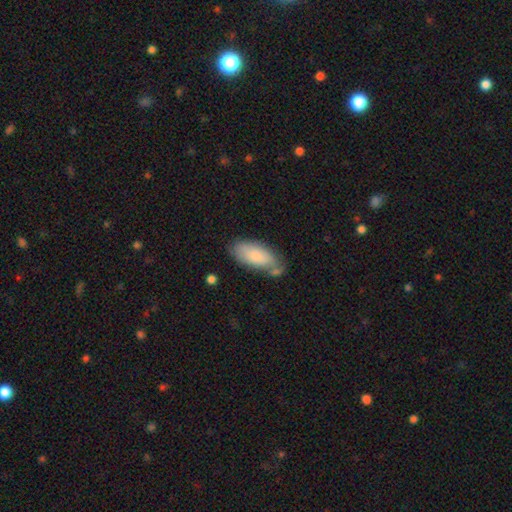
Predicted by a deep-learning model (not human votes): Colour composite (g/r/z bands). It shows a smooth galaxy with no disk features (80%) that is in between round and cigar-shaped (90%). Merging: none (58%).